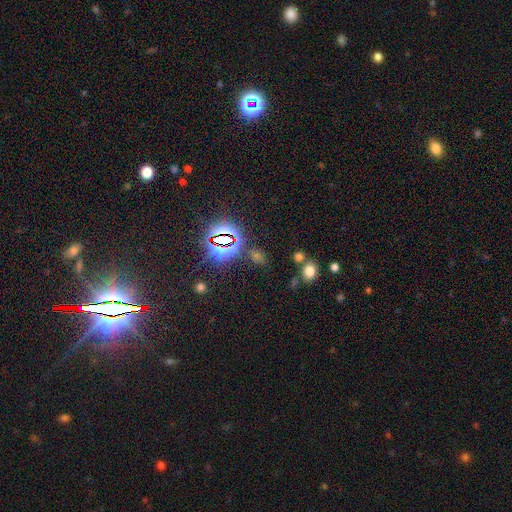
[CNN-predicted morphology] A star or artifact, not a galaxy (64%).